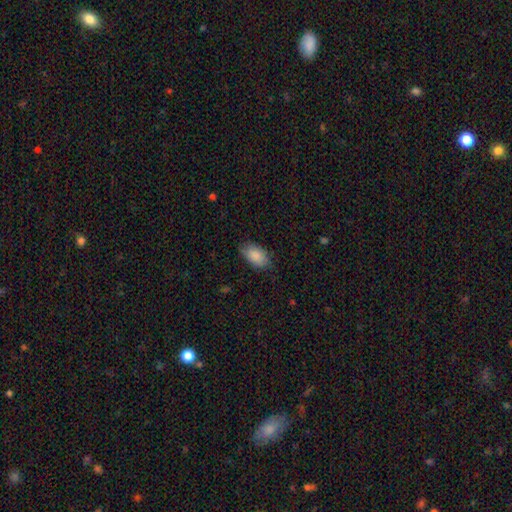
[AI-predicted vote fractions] Smooth or featured? smooth (87%)
How rounded? in between (92%)
Merging? none (74%)